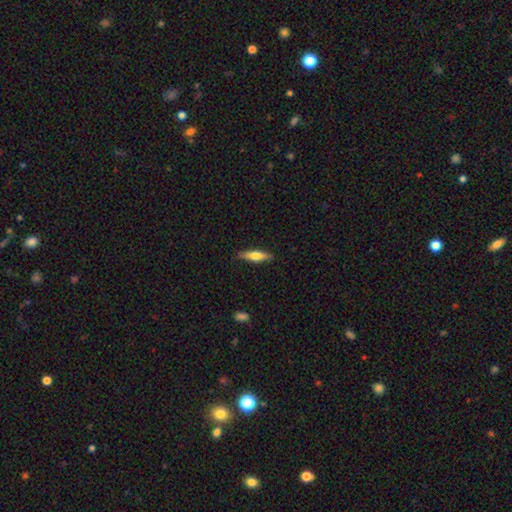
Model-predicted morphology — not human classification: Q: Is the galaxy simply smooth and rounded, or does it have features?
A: smooth — 55%.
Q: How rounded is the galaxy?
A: cigar-shaped — 73%.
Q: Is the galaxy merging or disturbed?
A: none — 85%.